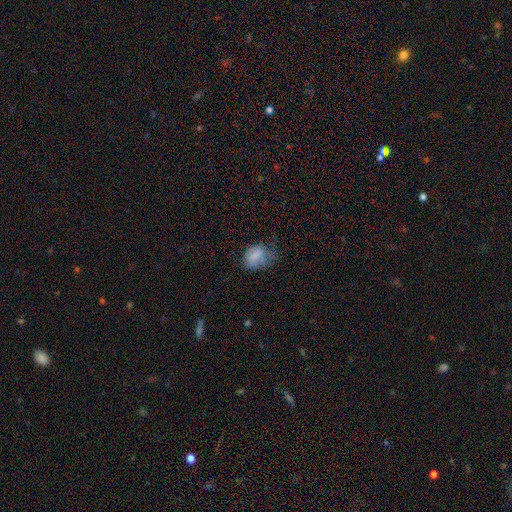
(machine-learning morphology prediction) smooth 75%, featured or disk 15%, star or artifact 11%. Down the decision tree: how rounded — in between (68%); merging — none (39%).